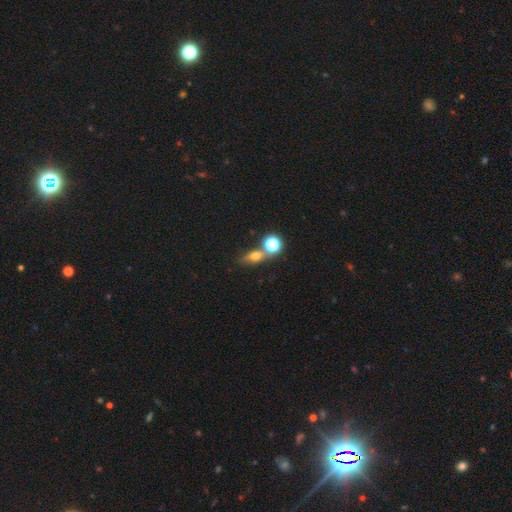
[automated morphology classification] Smooth or featured? smooth (57%)
How rounded? in between (49%)
Merging? none (57%)